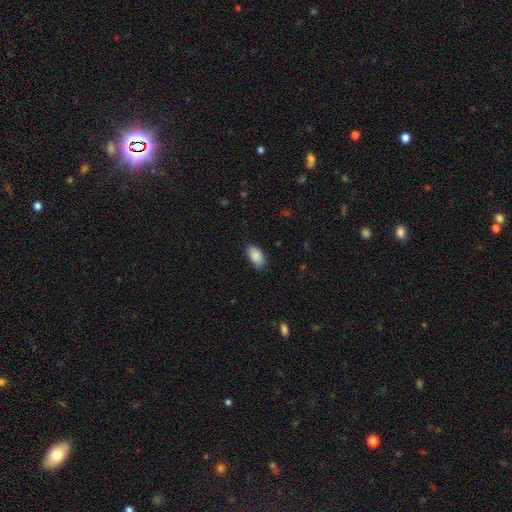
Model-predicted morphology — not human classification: smooth_or_featured: smooth (p=0.88) [alt: star or artifact p=0.07]
how_rounded: in between (p=0.94) [alt: round p=0.03]
merging: none (p=0.85) [alt: minor disturbance p=0.12]